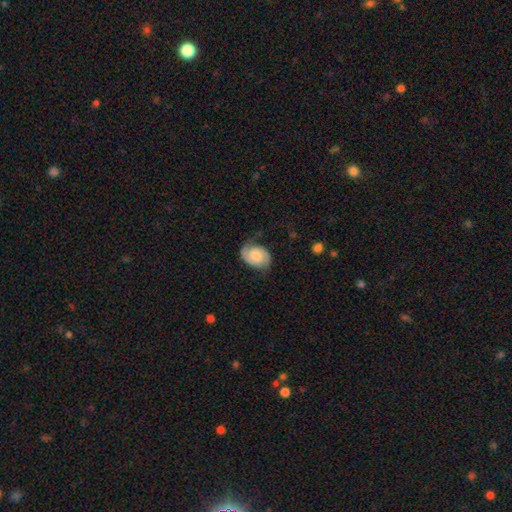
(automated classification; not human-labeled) Smooth or featured? featured or disk (67%)
Edge-on disk? no (98%)
Bar? no (64%)
Spiral arms? yes (95%)
Spiral winding? medium (43%)
Spiral arm count? 2 (85%)
Bulge size? moderate (41%)
Merging? none (68%)